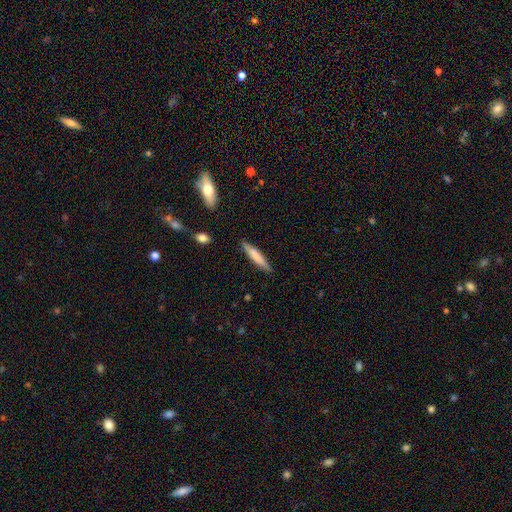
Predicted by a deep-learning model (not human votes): Morphology: type=smooth (74%); roundness=cigar-shaped (90%); merging=none (86%).